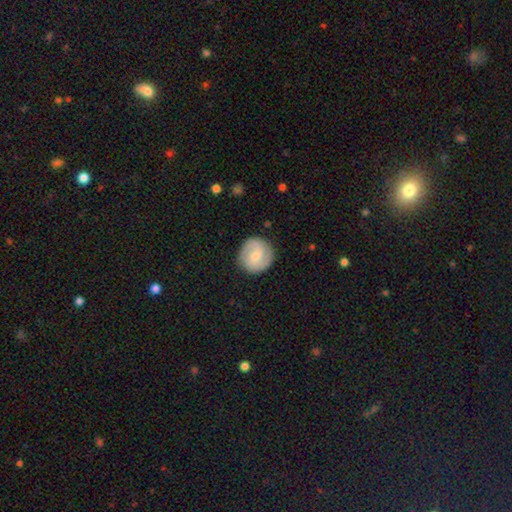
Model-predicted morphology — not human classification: This appears to be a featured or disk galaxy (53%) with a weak bar (50%), spiral arms (87%) and a small central bulge (52%). Merging: none (87%).